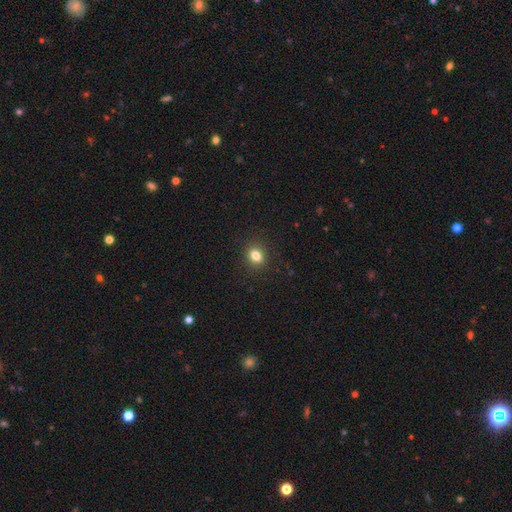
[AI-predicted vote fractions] Morphology: type=smooth (82%); roundness=in between (52%); merging=none (89%).